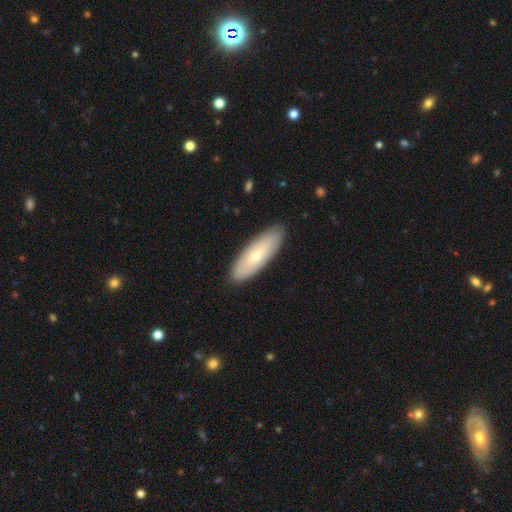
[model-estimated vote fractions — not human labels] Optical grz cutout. It shows a smooth galaxy with no disk features (65%) that is in between round and cigar-shaped (58%). Merging: none (90%).